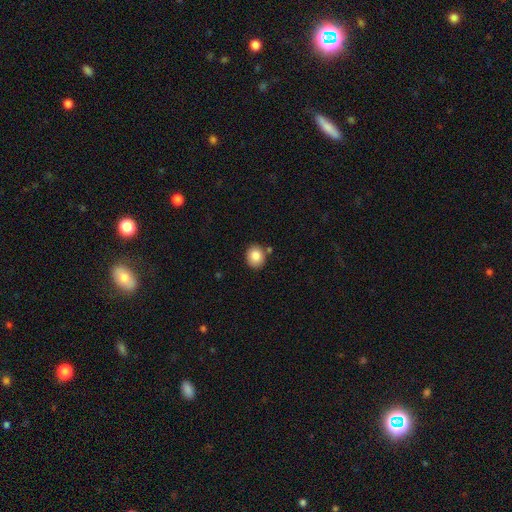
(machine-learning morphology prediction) smooth_or_featured: smooth (p=0.84) [alt: star or artifact p=0.09]
how_rounded: round (p=0.72) [alt: in between p=0.27]
merging: none (p=0.80) [alt: minor disturbance p=0.11]